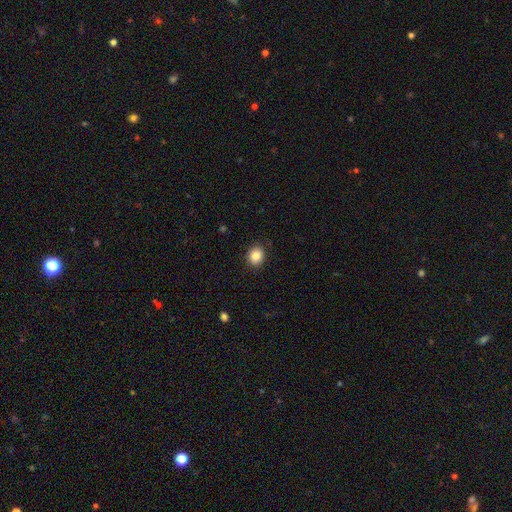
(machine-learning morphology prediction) Smooth or featured: smooth — 88% (star or artifact — 9%)
How rounded: round — 61% (in between — 38%)
Merging: none — 89% (minor disturbance — 8%)